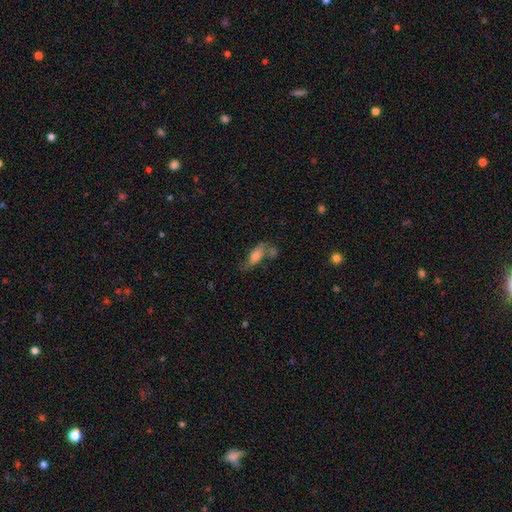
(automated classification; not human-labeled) Overall: smooth (49%; featured or disk 40%). Merging: none (41%; minor disturbance 22%).